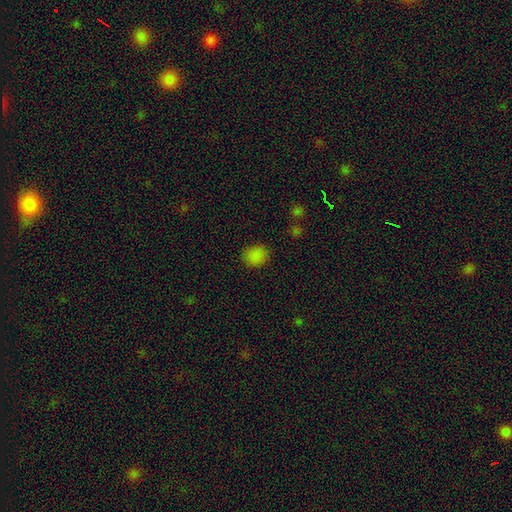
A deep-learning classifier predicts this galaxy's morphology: Smooth or featured: smooth — 83% (star or artifact — 14%)
How rounded: round — 69% (in between — 30%)
Merging: none — 87% (minor disturbance — 9%)